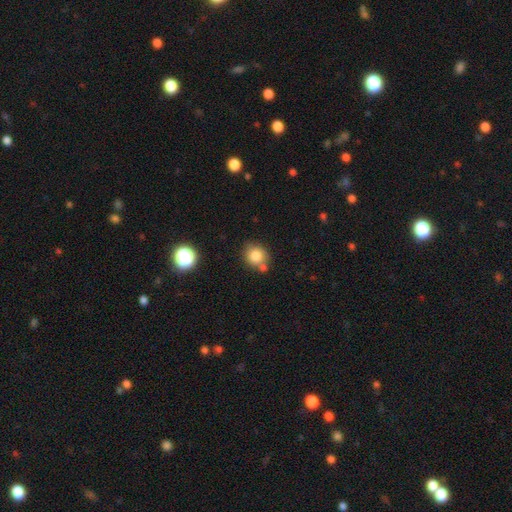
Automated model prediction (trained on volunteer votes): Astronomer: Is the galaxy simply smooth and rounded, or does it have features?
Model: smooth — 82%.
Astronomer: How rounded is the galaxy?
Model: round — 85%.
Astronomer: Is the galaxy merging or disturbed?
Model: none — 67%.